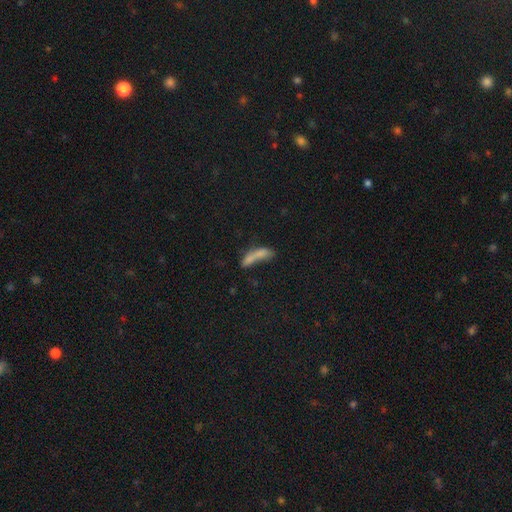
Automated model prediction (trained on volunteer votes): Overall: smooth (68%). How rounded: cigar-shaped (55%; in between 40%). Merging: merger (40%; none 29%).